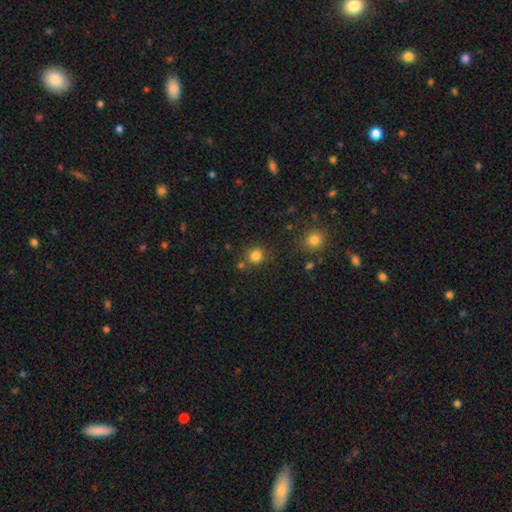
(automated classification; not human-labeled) Overall: smooth (82%). How rounded: round (90%). Merging: none (80%).